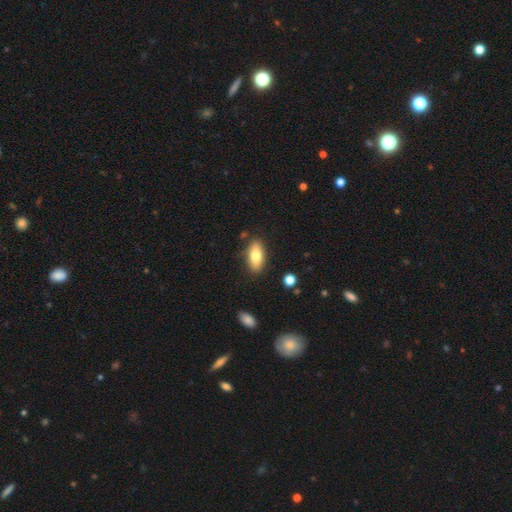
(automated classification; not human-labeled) Q: Smooth or featured?
A: smooth (74%); runner-up: featured or disk (19%)
Q: How rounded?
A: in between (82%); runner-up: cigar-shaped (15%)
Q: Merging?
A: none (83%); runner-up: minor disturbance (12%)